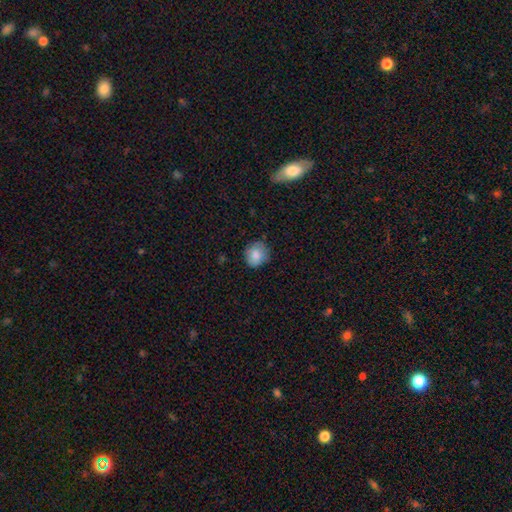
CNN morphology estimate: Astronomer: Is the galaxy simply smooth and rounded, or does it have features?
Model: smooth — 83%.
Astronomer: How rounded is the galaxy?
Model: round — 78%.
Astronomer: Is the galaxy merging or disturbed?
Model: none — 73%.